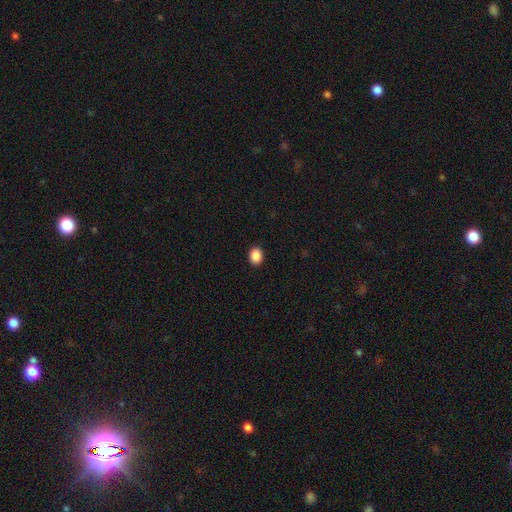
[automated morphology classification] smooth_or_featured: smooth (p=0.89) [alt: star or artifact p=0.09]
how_rounded: in between (p=0.50) [alt: round p=0.49]
merging: none (p=0.92) [alt: minor disturbance p=0.05]